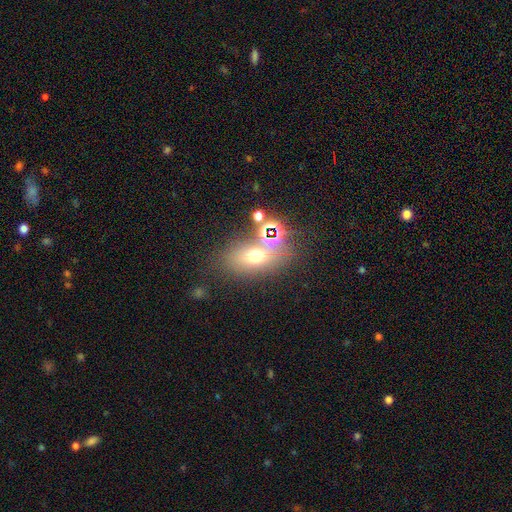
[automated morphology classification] Overall: smooth (52%; star or artifact 29%). How rounded: in between (68%). Merging: none (61%).